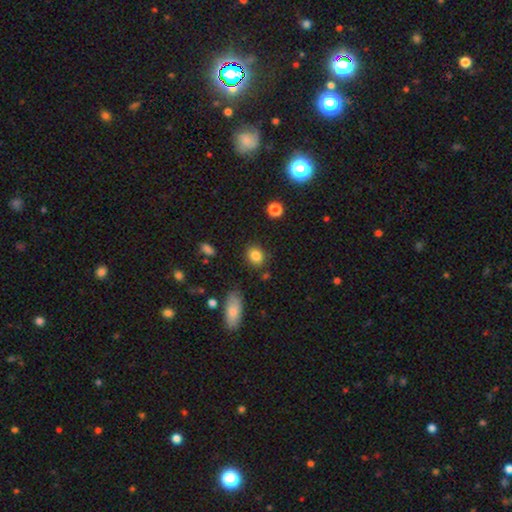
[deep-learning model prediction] This is clearly a smooth galaxy (85%). How rounded: possibly round (59%). Merging: clearly none (84%).